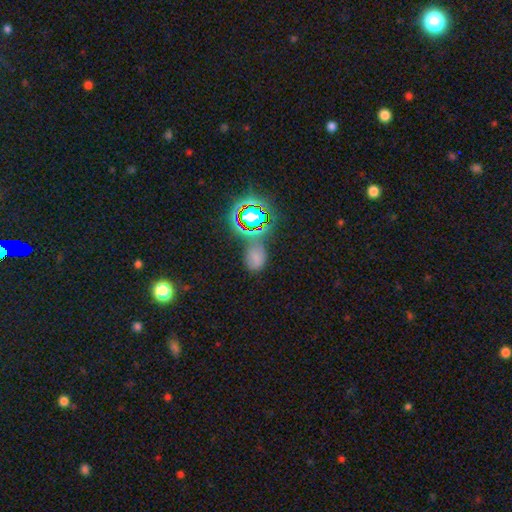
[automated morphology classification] type=smooth (49%); merging=none (53%).